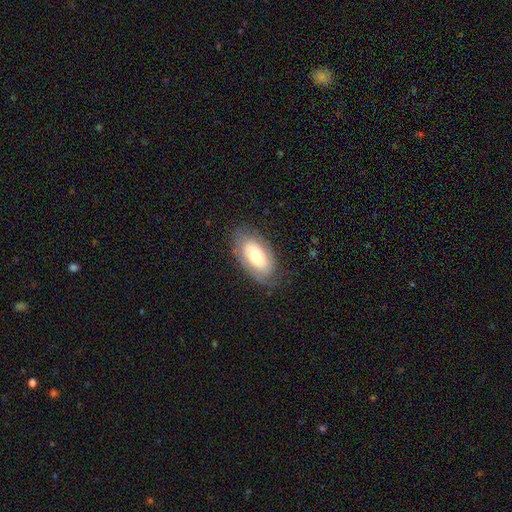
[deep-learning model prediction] This appears to be a smooth galaxy with no disk features (57%) that is in between round and cigar-shaped (93%). Merging: none (73%).